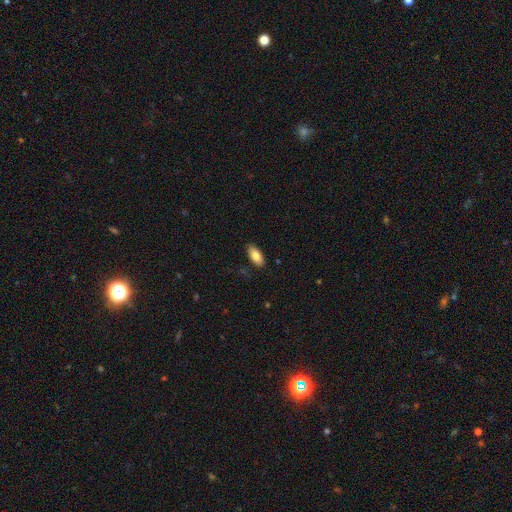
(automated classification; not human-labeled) Smooth or featured? smooth (83%)
How rounded? in between (86%)
Merging? none (86%)